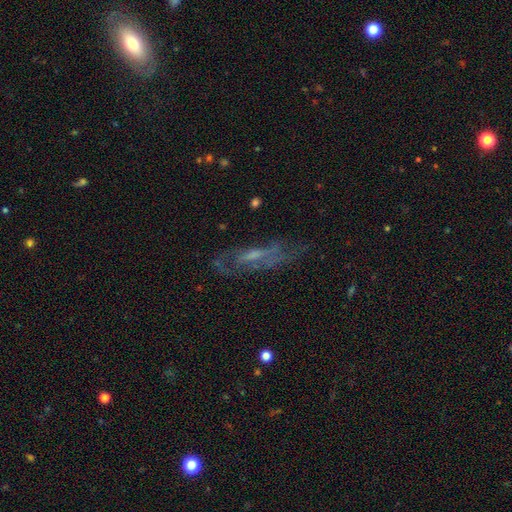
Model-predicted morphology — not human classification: Q: Smooth or featured?
A: featured or disk (67%); runner-up: smooth (21%)
Q: Edge-on disk?
A: no (71%); runner-up: yes (29%)
Q: Merging?
A: none (62%); runner-up: minor disturbance (21%)